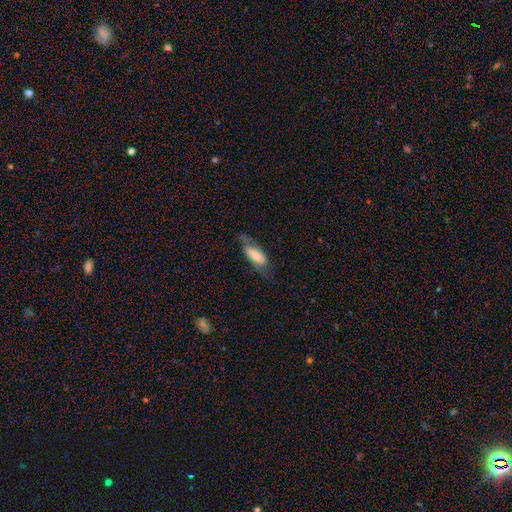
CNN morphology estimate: This appears to be a smooth galaxy with no disk features (50%). Merging: none (55%).